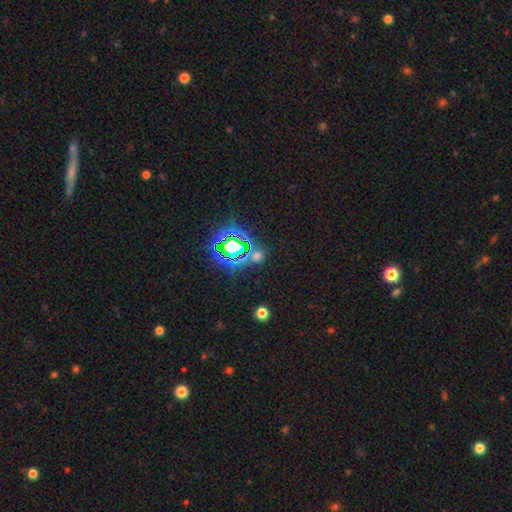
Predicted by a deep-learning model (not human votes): Overall: star or artifact (57%; smooth 35%).